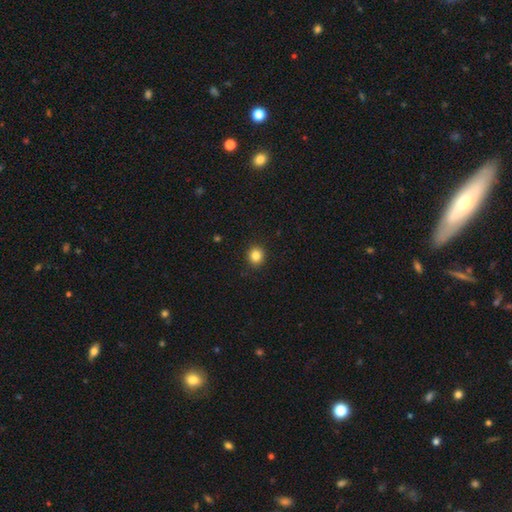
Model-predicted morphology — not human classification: This appears to be a smooth galaxy with no disk features (84%) that is round (87%). Merging: none (92%).